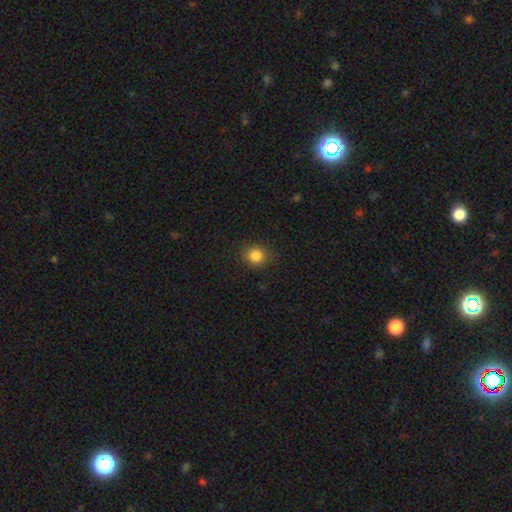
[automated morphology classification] Q: Smooth or featured?
A: smooth (85%); runner-up: star or artifact (11%)
Q: How rounded?
A: round (87%); runner-up: in between (12%)
Q: Merging?
A: none (86%); runner-up: minor disturbance (10%)